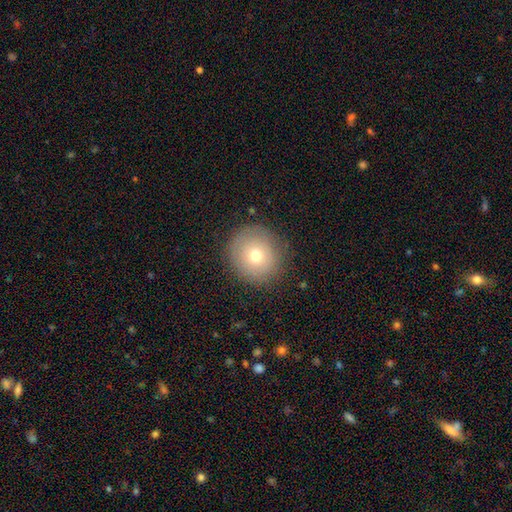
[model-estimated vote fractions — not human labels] This appears to be a smooth galaxy with no disk features (69%) that is round (92%). Merging: none (85%).